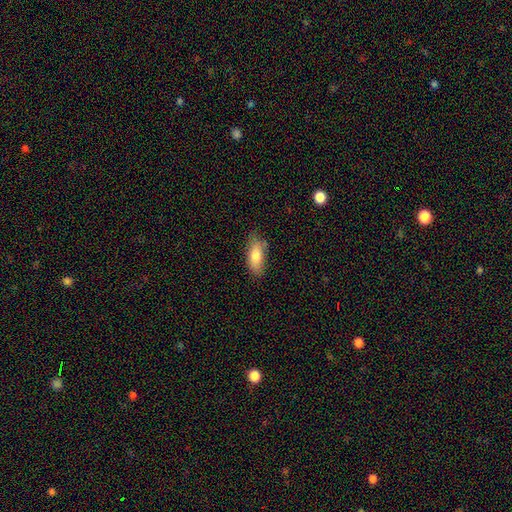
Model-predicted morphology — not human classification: Smooth or featured? Predicted: smooth (p=0.77). How rounded? Predicted: in between (p=0.80). Merging? Predicted: none (p=0.71).